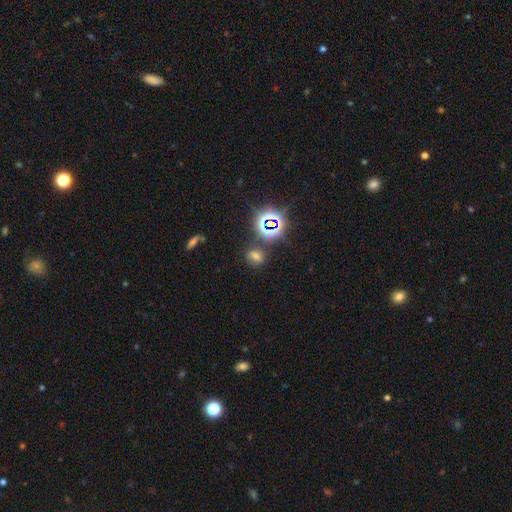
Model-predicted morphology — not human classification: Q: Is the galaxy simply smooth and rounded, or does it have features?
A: smooth — 47%.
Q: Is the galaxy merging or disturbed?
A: none — 71%.